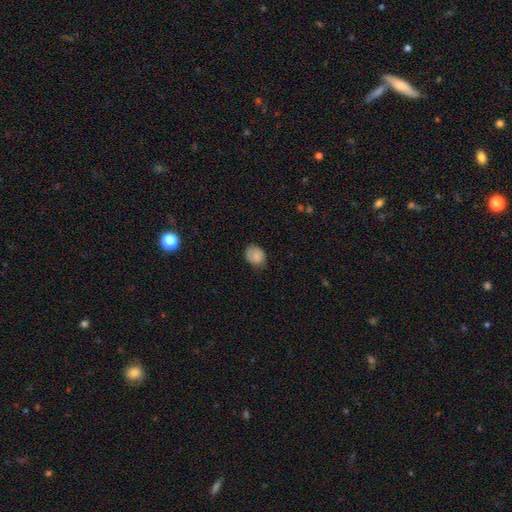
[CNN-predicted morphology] Smooth or featured? smooth (81%)
How rounded? round (54%)
Merging? none (71%)